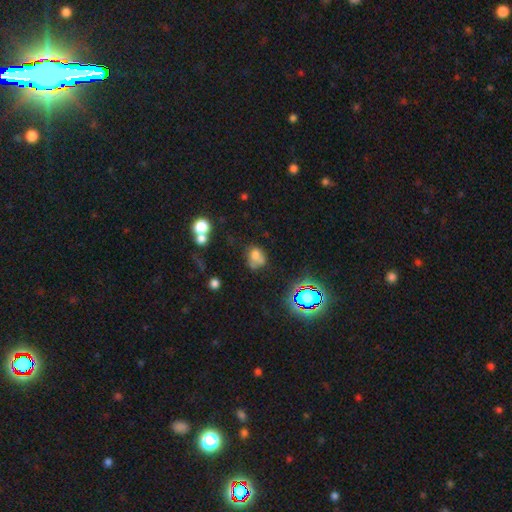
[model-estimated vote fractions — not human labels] Morphology: type=smooth (62%); roundness=in between (53%); merging=none (35%).